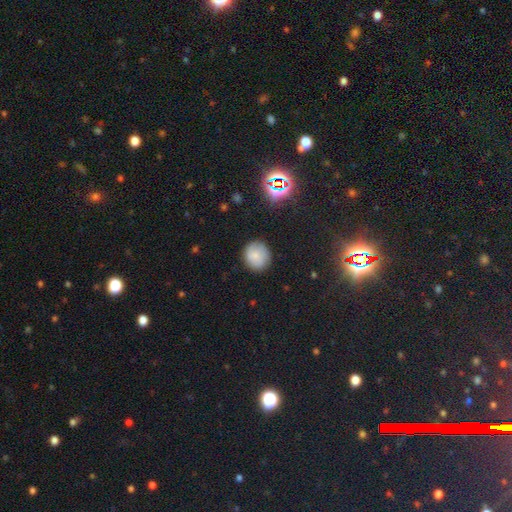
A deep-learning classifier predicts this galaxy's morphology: type=smooth (72%); roundness=round (84%); merging=none (82%).